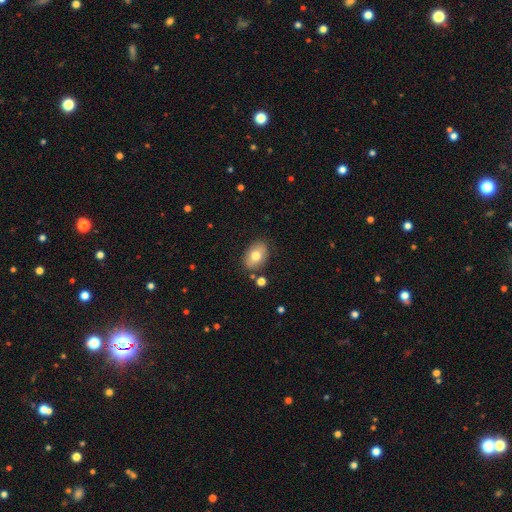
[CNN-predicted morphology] Overall: smooth (75%). How rounded: in between (80%). Merging: none (83%).